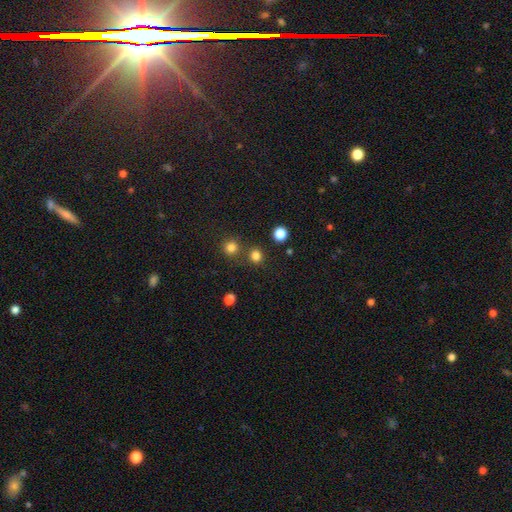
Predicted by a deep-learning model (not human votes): Morphology: type=smooth (79%); roundness=round (88%); merging=none (78%).